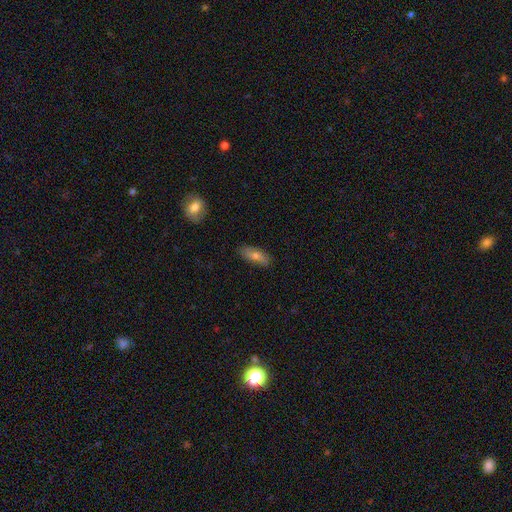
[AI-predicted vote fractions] Q: Smooth or featured?
A: smooth (71%); runner-up: featured or disk (22%)
Q: How rounded?
A: in between (68%); runner-up: cigar-shaped (29%)
Q: Merging?
A: none (85%); runner-up: minor disturbance (12%)